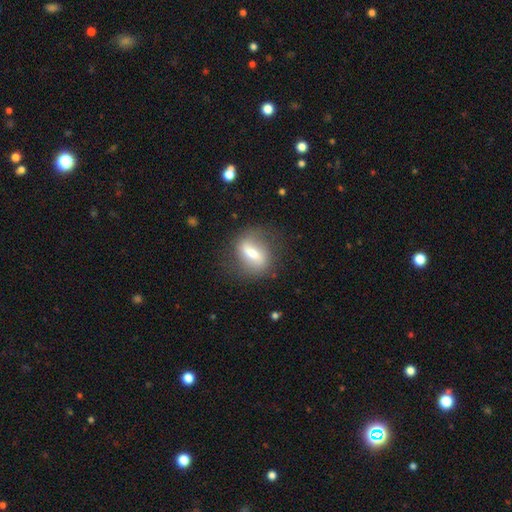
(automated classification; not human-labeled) Smooth or featured?
  - featured or disk: 51% *
  - smooth: 41%
  - star or artifact: 8%
Edge-on disk?
  - no: 85% *
  - yes: 15%
Merging?
  - none: 74% *
  - minor disturbance: 16%
  - major disturbance: 8%
  - merger: 2%